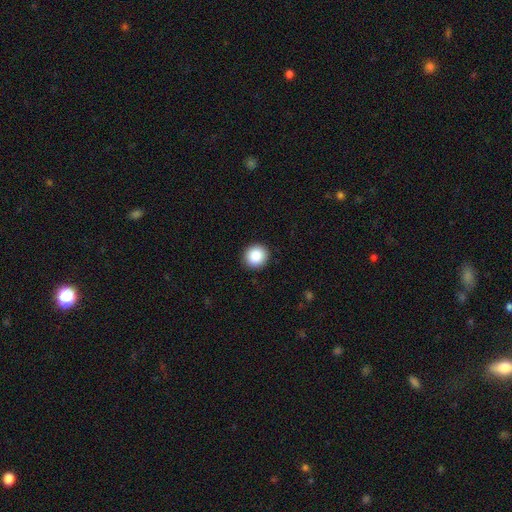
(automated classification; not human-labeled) The model was most divided on "smooth or featured": smooth: 88%, star or artifact: 8%, featured or disk: 3%. More confident: merging — none (92%); how rounded — round (90%).